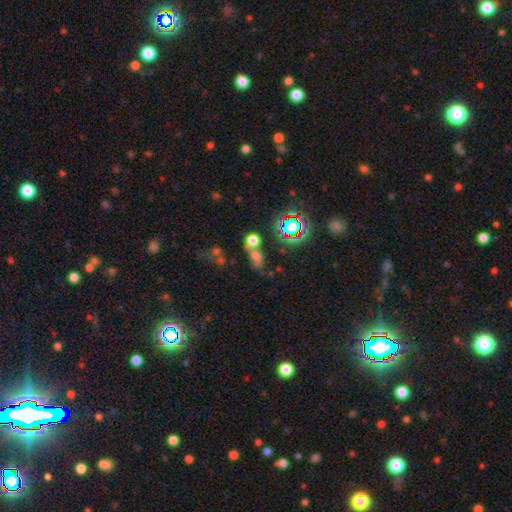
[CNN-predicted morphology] Q: Smooth or featured?
A: smooth (56%); runner-up: star or artifact (30%)
Q: How rounded?
A: in between (54%); runner-up: round (42%)
Q: Merging?
A: none (41%); runner-up: merger (38%)